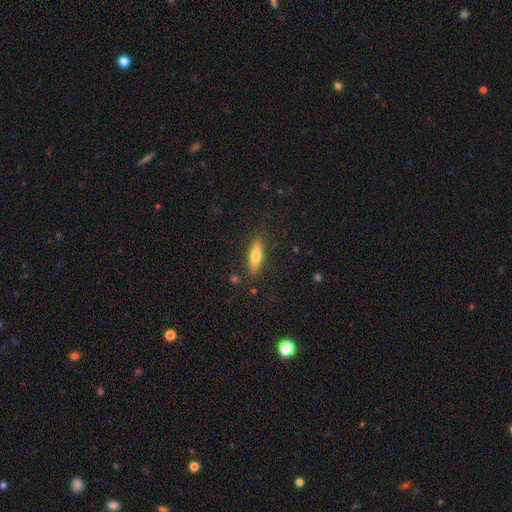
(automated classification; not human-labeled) Q: Smooth or featured?
A: smooth (67%); runner-up: featured or disk (26%)
Q: How rounded?
A: cigar-shaped (52%); runner-up: in between (45%)
Q: Merging?
A: none (85%); runner-up: minor disturbance (11%)